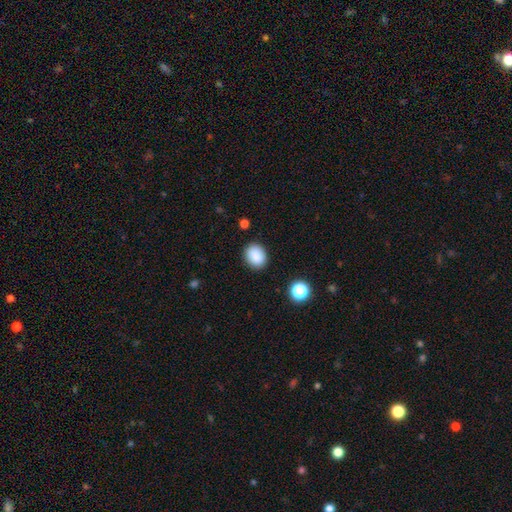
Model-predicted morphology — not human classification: This appears to be a smooth galaxy with no disk features (88%) that is round (50%). Merging: none (87%).